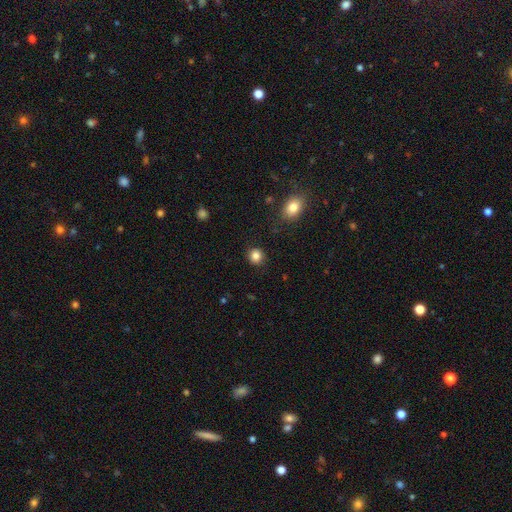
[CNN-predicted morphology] Smooth or featured? smooth (84%)
How rounded? round (87%)
Merging? none (89%)